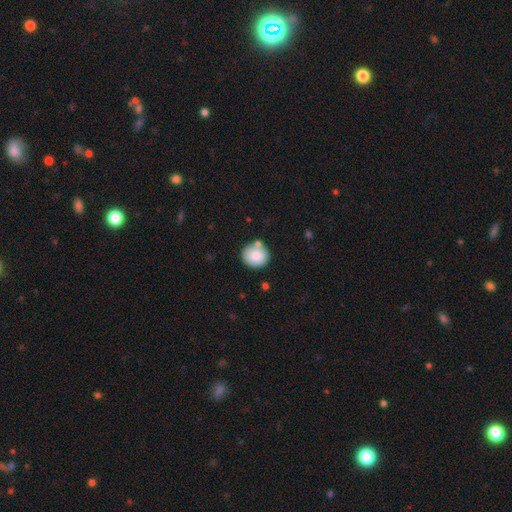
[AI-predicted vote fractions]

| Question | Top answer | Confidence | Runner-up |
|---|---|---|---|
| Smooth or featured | smooth | 85% | star or artifact (8%) |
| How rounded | round | 80% | in between (19%) |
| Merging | none | 72% | minor disturbance (13%) |